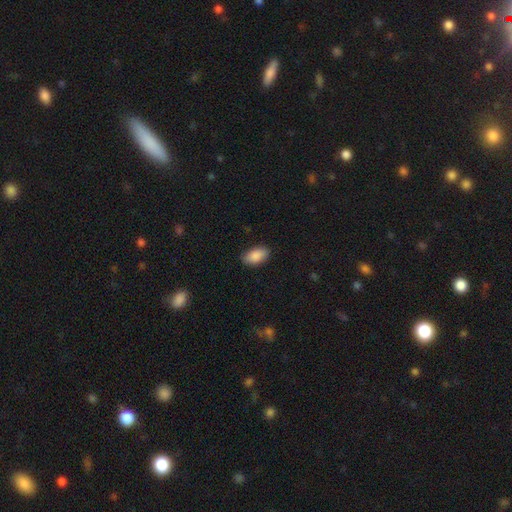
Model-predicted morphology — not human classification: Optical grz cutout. It shows a smooth galaxy with no disk features (88%) that is in between round and cigar-shaped (94%). Merging: none (86%).